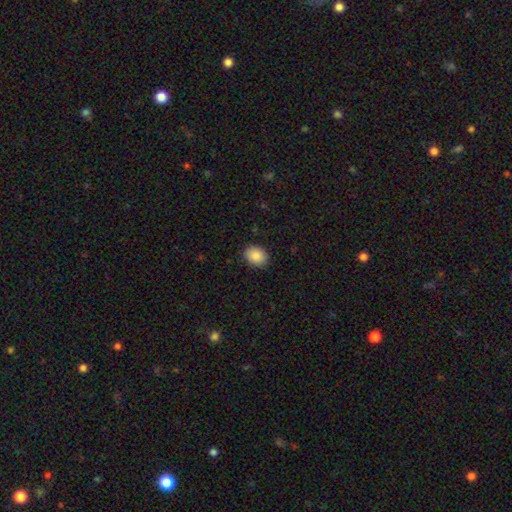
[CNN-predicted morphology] This appears to be a smooth galaxy with no disk features (88%) that is in between round and cigar-shaped (57%). Merging: none (88%).